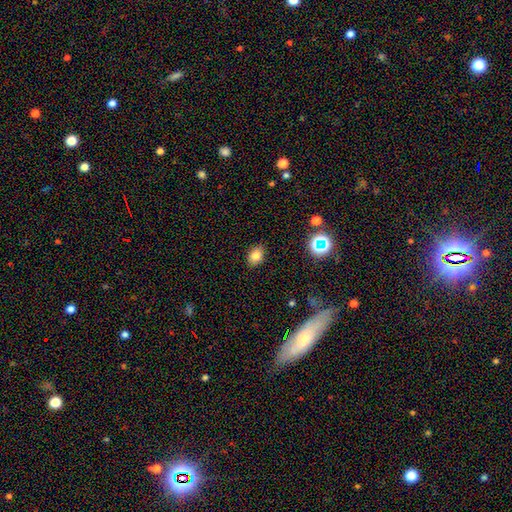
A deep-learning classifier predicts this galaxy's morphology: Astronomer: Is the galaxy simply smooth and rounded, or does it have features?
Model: smooth — 79%.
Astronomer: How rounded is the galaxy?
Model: in between — 68%.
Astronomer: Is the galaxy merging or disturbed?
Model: none — 87%.